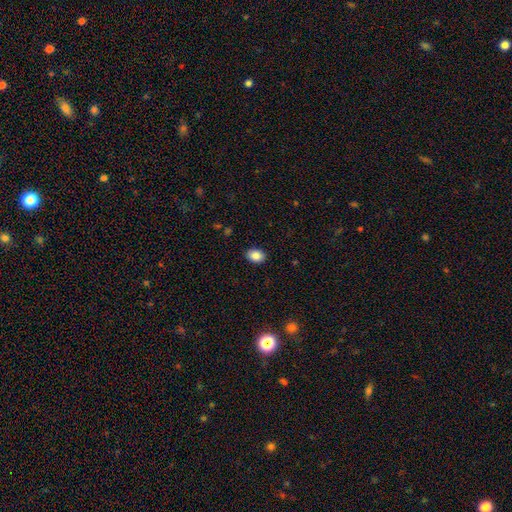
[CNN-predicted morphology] Overall: smooth (87%). How rounded: in between (72%). Merging: none (89%).